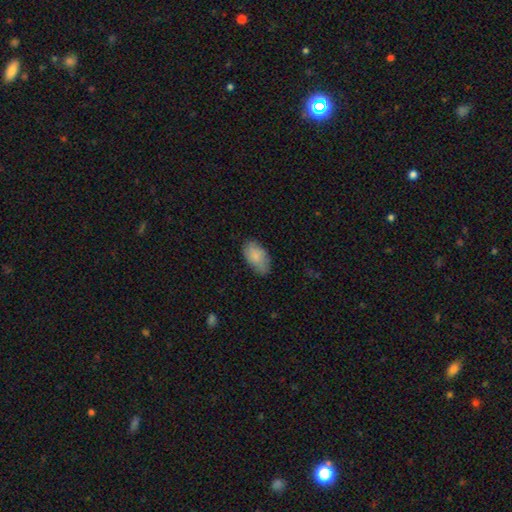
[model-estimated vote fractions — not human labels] Q: Smooth or featured?
A: smooth (84%); runner-up: featured or disk (9%)
Q: How rounded?
A: in between (94%); runner-up: round (4%)
Q: Merging?
A: none (74%); runner-up: minor disturbance (21%)